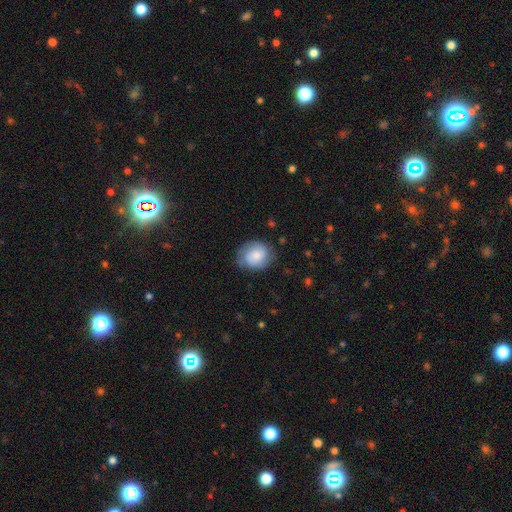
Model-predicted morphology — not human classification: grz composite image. It shows a smooth galaxy with no disk features (64%) that is round (65%). Merging: none (69%).